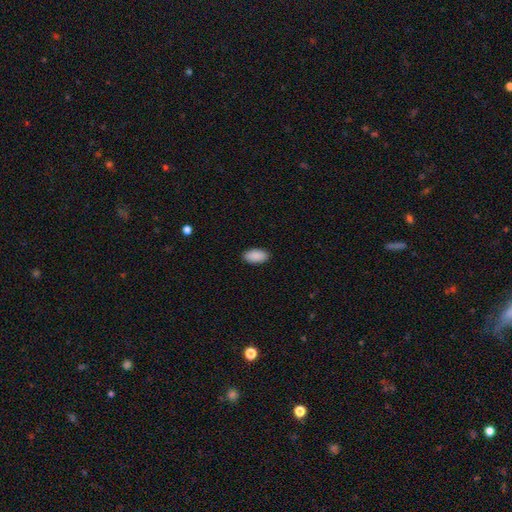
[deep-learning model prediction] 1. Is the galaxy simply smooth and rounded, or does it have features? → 91% smooth, 6% star or artifact, 3% featured or disk.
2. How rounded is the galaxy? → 95% in between, 3% round, 2% cigar-shaped.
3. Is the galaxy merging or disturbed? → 90% none, 8% minor disturbance, 2% major disturbance, 1% merger.